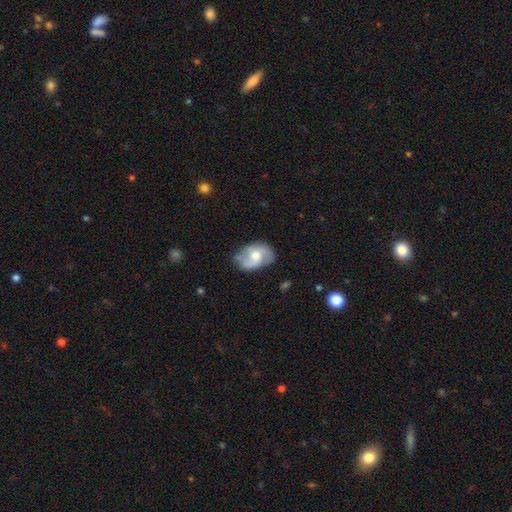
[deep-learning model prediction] This is possibly a featured or disk galaxy (53%). It is clearly not viewed edge-on (96%). Bar: likely no (64%). Spiral arm pattern: likely yes (76%). Central bulge: likely moderate (63%). Merging: likely none (61%).